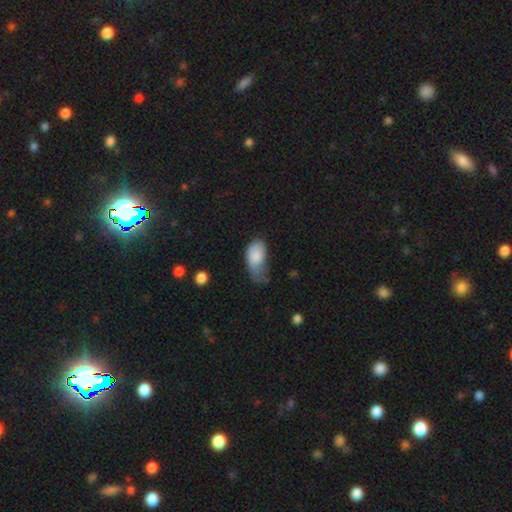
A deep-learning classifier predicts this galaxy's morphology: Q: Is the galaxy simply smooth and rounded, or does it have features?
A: smooth — 79%.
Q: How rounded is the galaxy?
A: in between — 93%.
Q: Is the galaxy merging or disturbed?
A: minor disturbance — 43%.